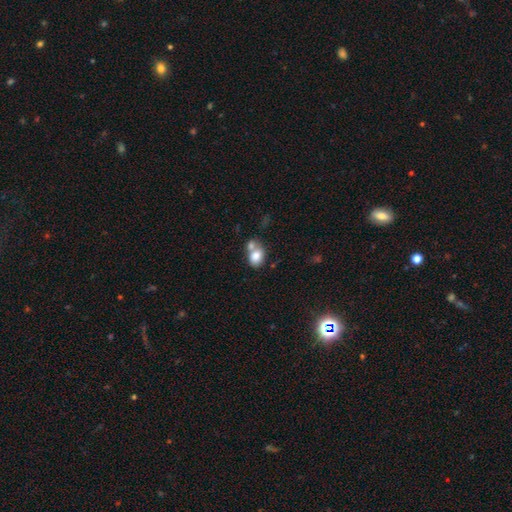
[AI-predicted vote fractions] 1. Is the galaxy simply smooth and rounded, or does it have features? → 80% smooth, 12% featured or disk, 8% star or artifact.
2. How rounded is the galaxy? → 67% in between, 32% round, 1% cigar-shaped.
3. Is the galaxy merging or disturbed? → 48% merger, 34% none, 12% minor disturbance, 5% major disturbance.